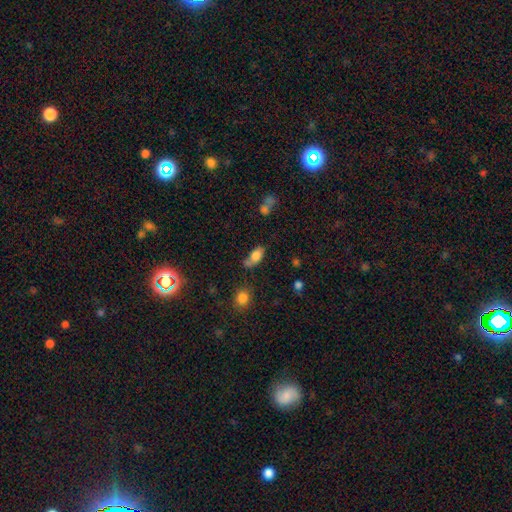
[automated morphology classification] This appears to be a smooth galaxy with no disk features (77%) that is in between round and cigar-shaped (87%). Merging: none (46%).